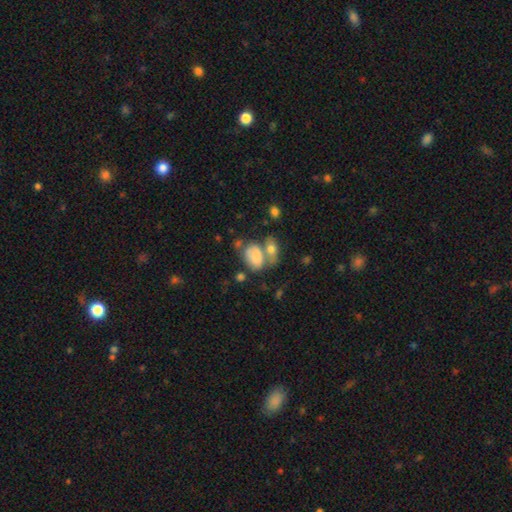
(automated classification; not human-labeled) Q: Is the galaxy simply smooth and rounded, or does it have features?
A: smooth — 73%.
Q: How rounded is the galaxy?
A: in between — 83%.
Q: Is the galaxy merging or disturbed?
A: merger — 45%.